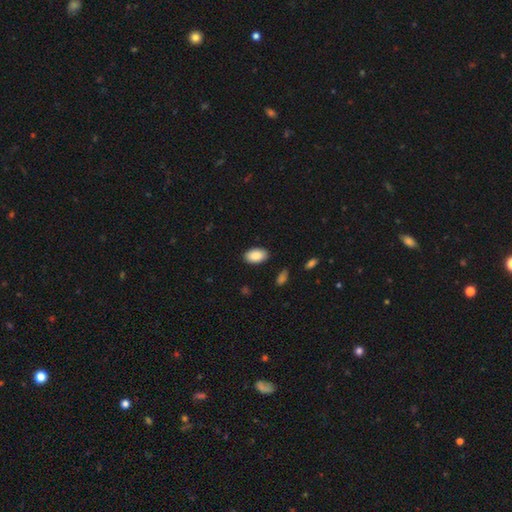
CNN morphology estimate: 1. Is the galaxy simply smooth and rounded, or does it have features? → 89% smooth, 7% star or artifact, 4% featured or disk.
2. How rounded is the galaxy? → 94% in between, 5% round, 1% cigar-shaped.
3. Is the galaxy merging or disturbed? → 87% none, 9% minor disturbance, 2% major disturbance, 1% merger.